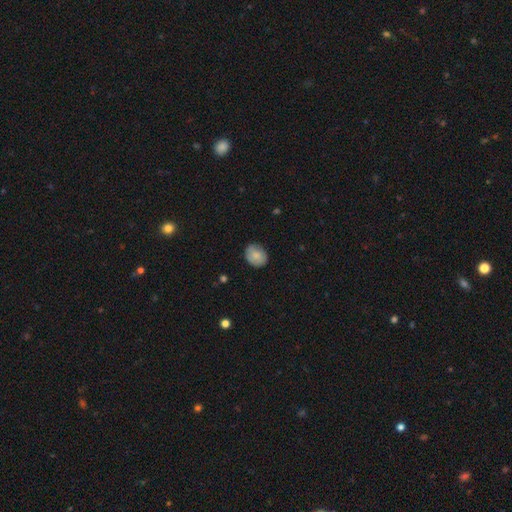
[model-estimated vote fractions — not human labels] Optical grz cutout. It shows a smooth galaxy with no disk features (77%) that is round (56%). Merging: none (80%).